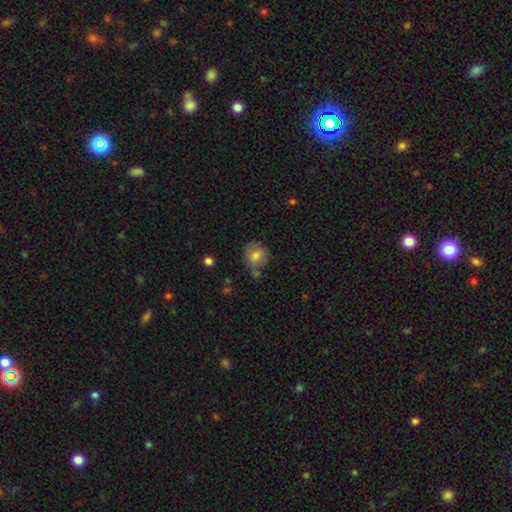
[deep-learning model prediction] This is likely a smooth galaxy (78%). How rounded: likely round (77%). Merging: likely none (61%).